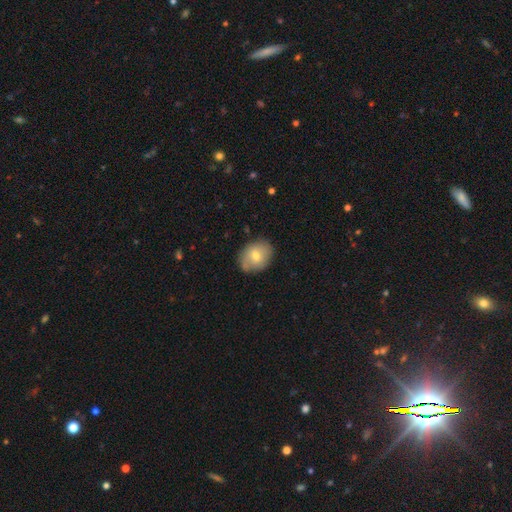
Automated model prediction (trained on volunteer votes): smooth_or_featured: smooth (p=0.67) [alt: featured or disk p=0.26]
how_rounded: in between (p=0.61) [alt: round p=0.38]
merging: none (p=0.76) [alt: minor disturbance p=0.18]